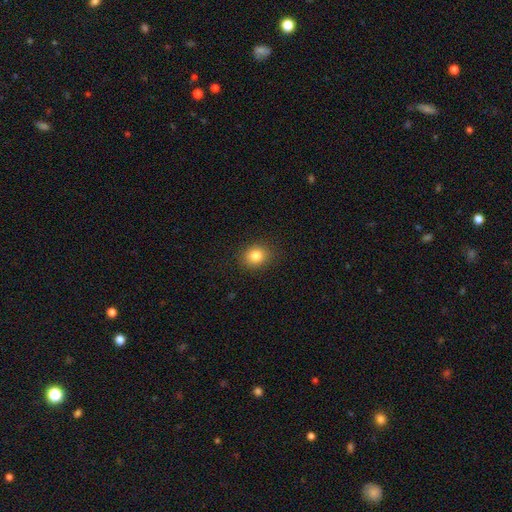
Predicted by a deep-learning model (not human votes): smooth_or_featured: smooth (p=0.83) [alt: star or artifact p=0.11]
how_rounded: round (p=0.71) [alt: in between p=0.28]
merging: none (p=0.89) [alt: minor disturbance p=0.08]